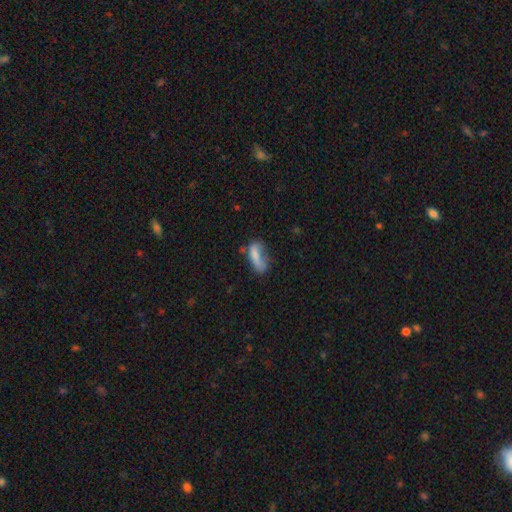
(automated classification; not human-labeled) Q: Smooth or featured?
A: smooth (71%); runner-up: featured or disk (19%)
Q: How rounded?
A: in between (69%); runner-up: cigar-shaped (28%)
Q: Merging?
A: major disturbance (32%); runner-up: none (31%)